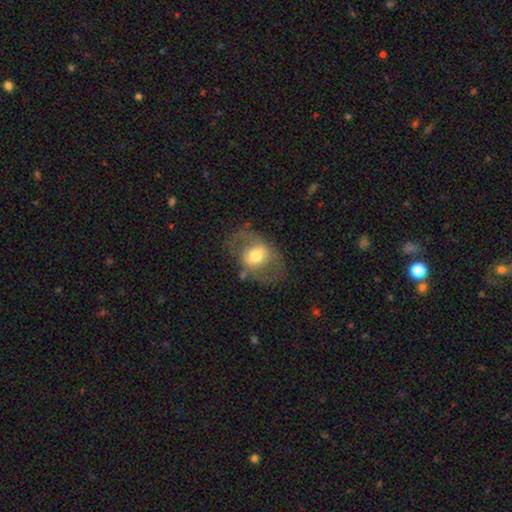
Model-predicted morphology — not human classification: Smooth or featured?
  - featured or disk: 52% *
  - smooth: 41%
  - star or artifact: 7%
Edge-on disk?
  - no: 91% *
  - yes: 9%
Merging?
  - none: 63% *
  - minor disturbance: 18%
  - major disturbance: 16%
  - merger: 3%